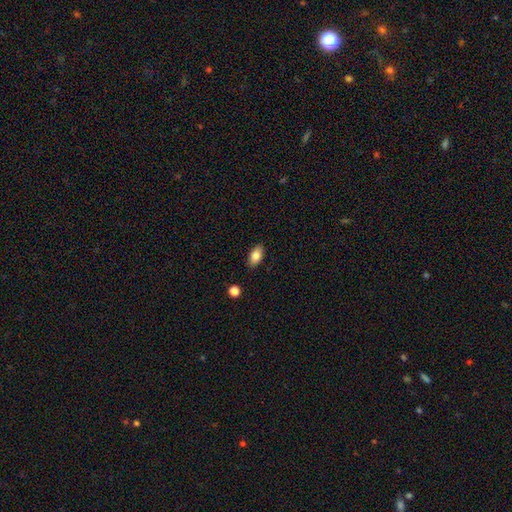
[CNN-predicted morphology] Q: Smooth or featured?
A: smooth (83%); runner-up: featured or disk (10%)
Q: How rounded?
A: in between (91%); runner-up: round (5%)
Q: Merging?
A: none (87%); runner-up: minor disturbance (9%)